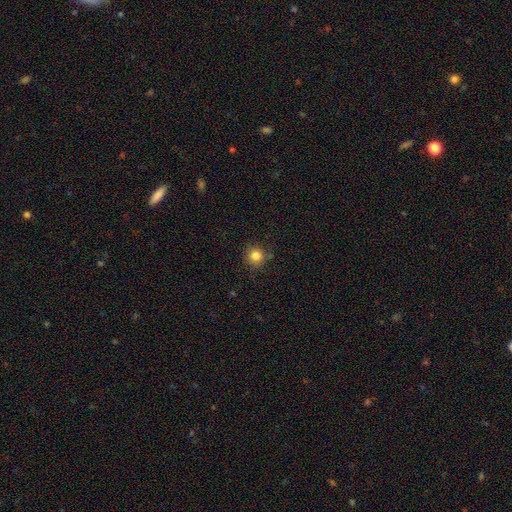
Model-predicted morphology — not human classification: Smooth or featured? Predicted: smooth (p=0.83). How rounded? Predicted: round (p=0.93). Merging? Predicted: none (p=0.86).